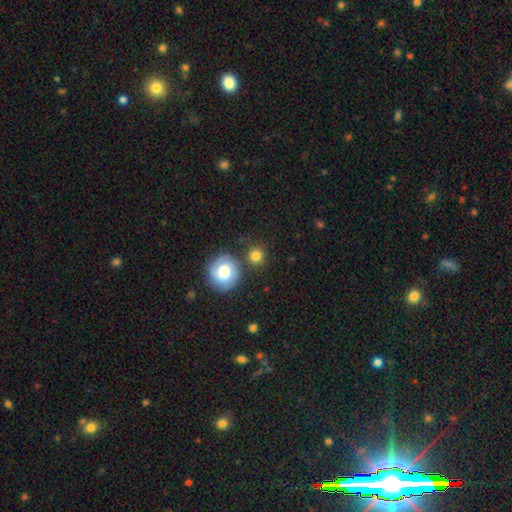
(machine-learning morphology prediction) Smooth or featured? Predicted: smooth (p=0.80). How rounded? Predicted: round (p=0.89). Merging? Predicted: none (p=0.74).